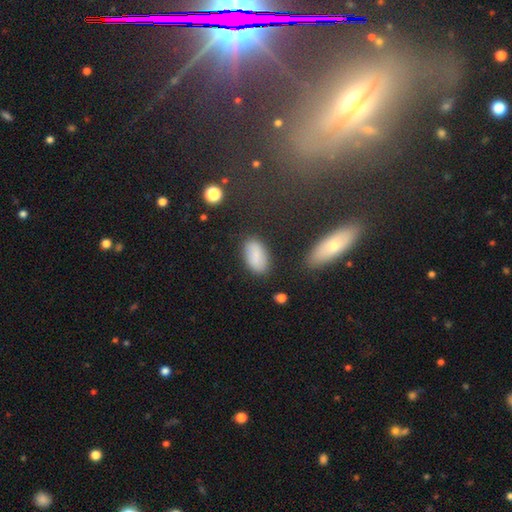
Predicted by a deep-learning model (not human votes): This appears to be a smooth galaxy with no disk features (80%) that is in between round and cigar-shaped (94%). Merging: none (78%).